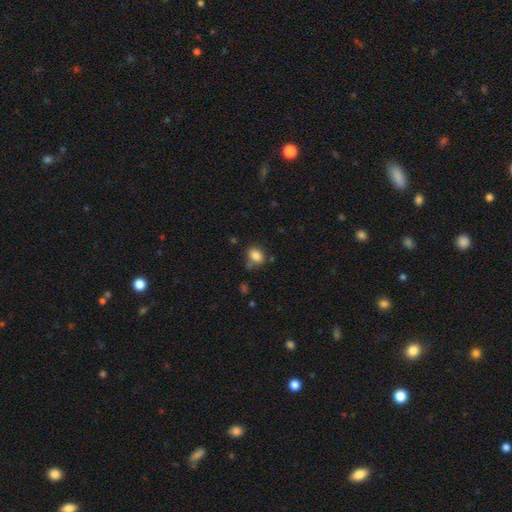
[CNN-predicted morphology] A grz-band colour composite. It shows a smooth galaxy with no disk features (84%) that is in between round and cigar-shaped (66%). Merging: none (65%).